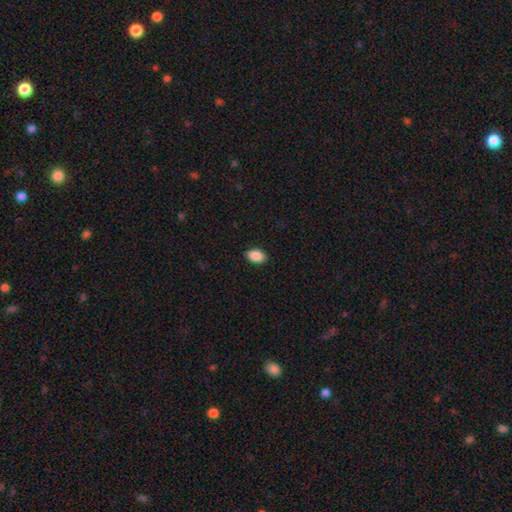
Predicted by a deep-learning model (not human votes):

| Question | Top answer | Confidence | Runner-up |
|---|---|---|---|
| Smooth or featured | smooth | 89% | star or artifact (7%) |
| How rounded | in between | 90% | round (9%) |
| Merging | none | 90% | minor disturbance (7%) |